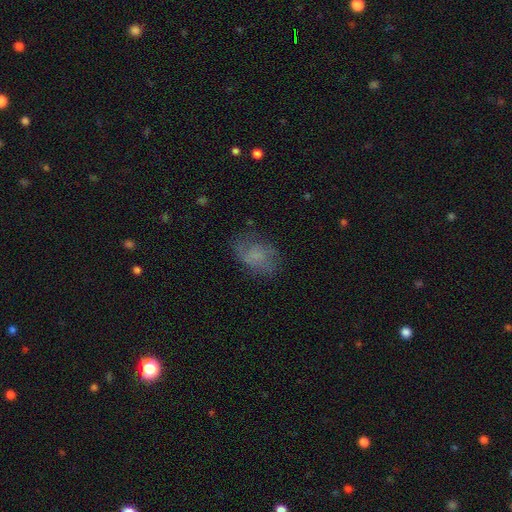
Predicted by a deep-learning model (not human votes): Morphology: type=smooth (52%); roundness=in between (77%); merging=none (63%).